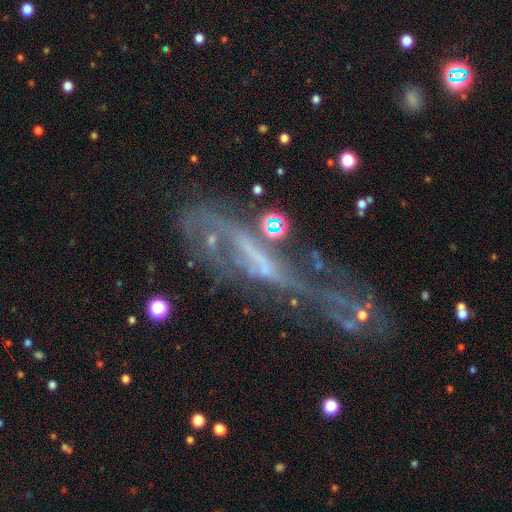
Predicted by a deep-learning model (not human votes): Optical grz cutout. It shows a featured or disk galaxy (69%). Merging: major disturbance (43%).